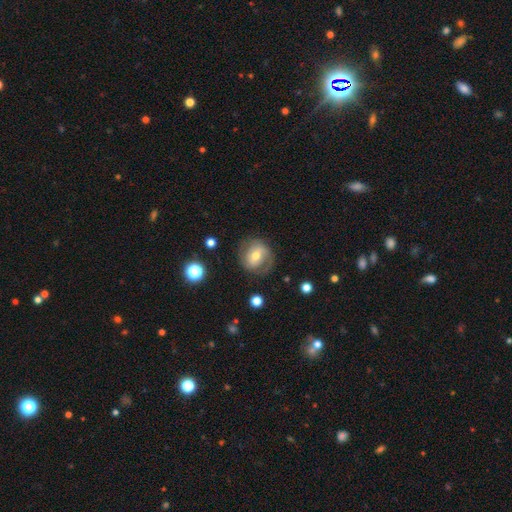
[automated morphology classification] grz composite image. It shows a featured or disk galaxy (59%) with no bar (41%), spiral arms (79%) and a moderate central bulge (65%). Merging: none (73%).